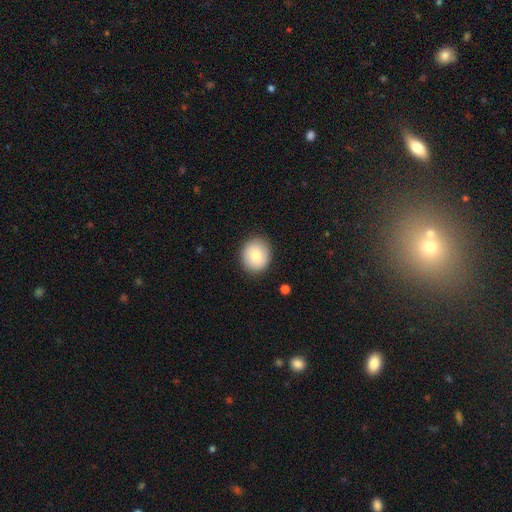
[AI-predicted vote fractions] Smooth or featured?
  - smooth: 83% *
  - featured or disk: 10%
  - star or artifact: 7%
How rounded?
  - round: 79% *
  - in between: 20%
  - cigar-shaped: 1%
Merging?
  - none: 88% *
  - minor disturbance: 9%
  - major disturbance: 2%
  - merger: 1%